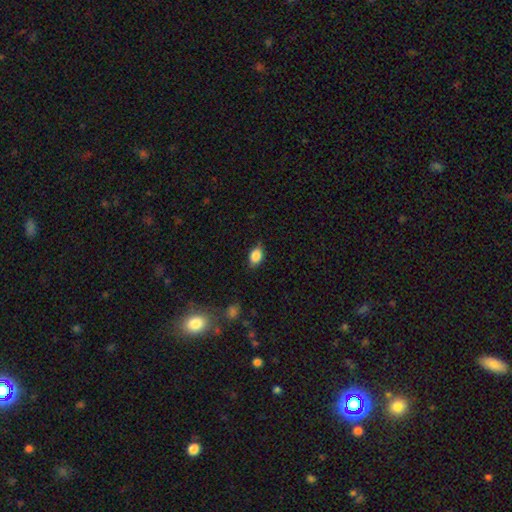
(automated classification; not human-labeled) This appears to be a smooth galaxy with no disk features (84%) that is in between round and cigar-shaped (79%). Merging: none (76%).